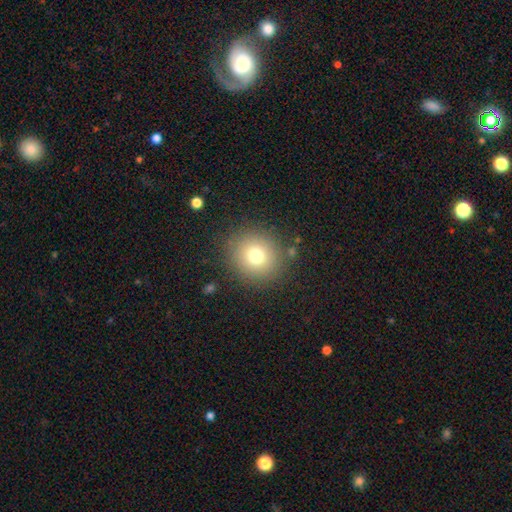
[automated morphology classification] Smooth or featured?
  - smooth: 75% *
  - star or artifact: 14%
  - featured or disk: 11%
How rounded?
  - round: 92% *
  - in between: 8%
  - cigar-shaped: 1%
Merging?
  - none: 87% *
  - minor disturbance: 8%
  - major disturbance: 4%
  - merger: 2%